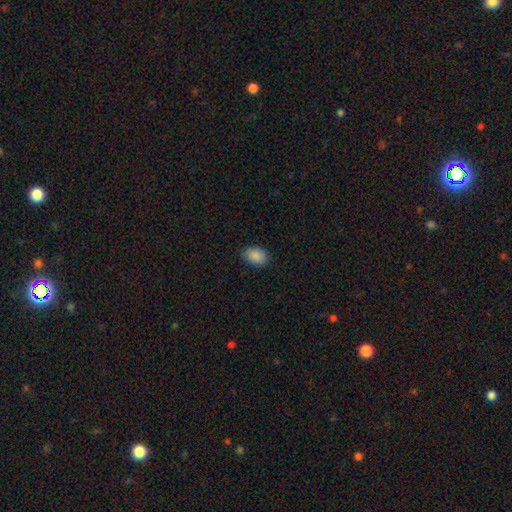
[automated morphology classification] smooth_or_featured: smooth (p=0.89) [alt: star or artifact p=0.07]
how_rounded: in between (p=0.85) [alt: round p=0.14]
merging: none (p=0.86) [alt: minor disturbance p=0.11]